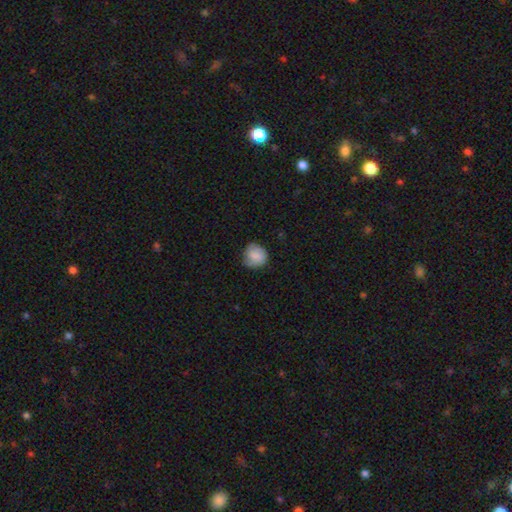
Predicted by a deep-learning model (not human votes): Q: Smooth or featured?
A: smooth (80%); runner-up: featured or disk (12%)
Q: How rounded?
A: round (86%); runner-up: in between (13%)
Q: Merging?
A: none (68%); runner-up: minor disturbance (25%)